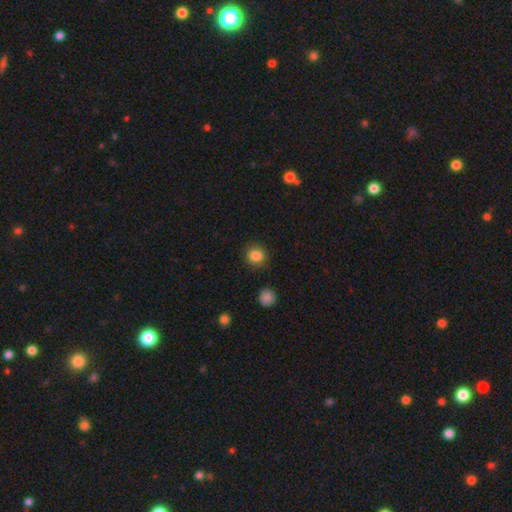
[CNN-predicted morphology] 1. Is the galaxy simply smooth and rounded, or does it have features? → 85% smooth, 11% star or artifact, 4% featured or disk.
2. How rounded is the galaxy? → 91% round, 8% in between, 1% cigar-shaped.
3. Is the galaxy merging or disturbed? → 89% none, 7% minor disturbance, 2% major disturbance, 2% merger.